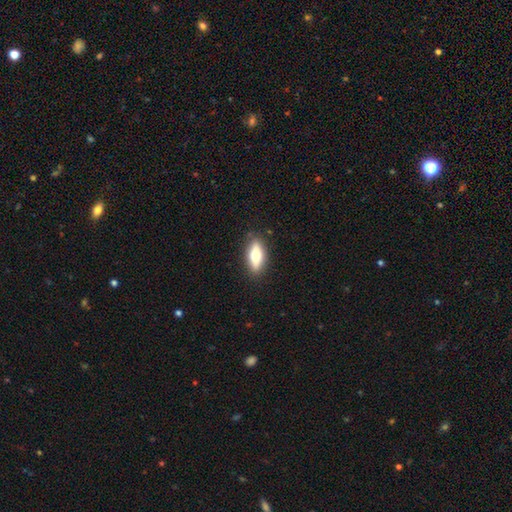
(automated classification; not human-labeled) A smooth galaxy with no disk features (64%) that is in between round and cigar-shaped (72%).

Vote fractions:
- Smooth or featured? smooth: 64% / featured or disk: 30% / star or artifact: 7%
- How rounded? in between: 72% / cigar-shaped: 25% / round: 3%
- Merging? none: 87% / minor disturbance: 10% / major disturbance: 2% / merger: 1%